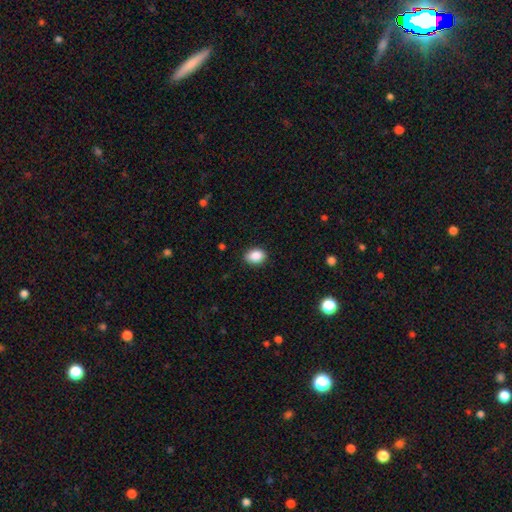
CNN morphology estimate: Q: Smooth or featured?
A: smooth (89%); runner-up: star or artifact (8%)
Q: How rounded?
A: in between (76%); runner-up: round (23%)
Q: Merging?
A: none (88%); runner-up: minor disturbance (9%)